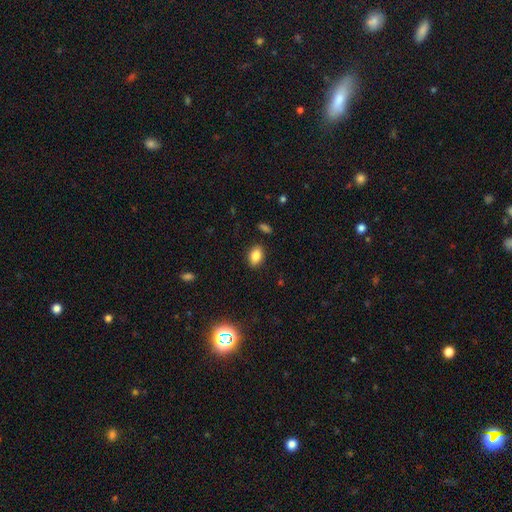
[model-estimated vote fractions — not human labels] This is clearly a smooth galaxy (83%). How rounded: clearly in between (84%). Merging: clearly none (87%).